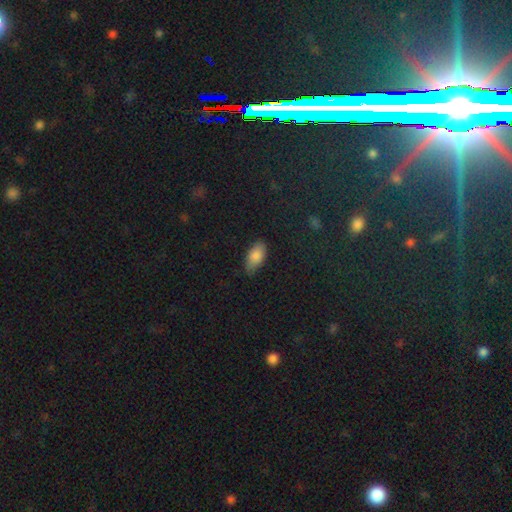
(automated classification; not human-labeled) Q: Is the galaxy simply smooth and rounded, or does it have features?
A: smooth — 84%.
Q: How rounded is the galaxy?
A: in between — 92%.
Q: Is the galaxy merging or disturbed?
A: none — 74%.